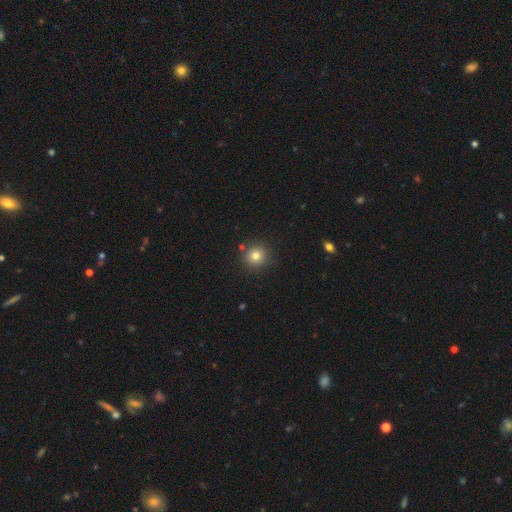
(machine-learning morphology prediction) Overall: smooth (79%). How rounded: round (93%). Merging: none (87%).